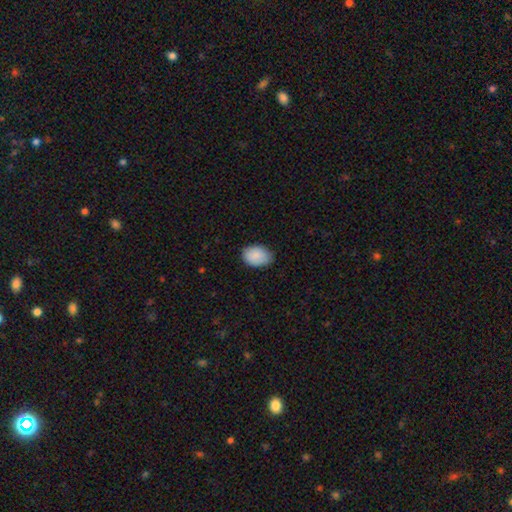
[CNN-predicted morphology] type=smooth (89%); roundness=in between (82%); merging=none (79%).